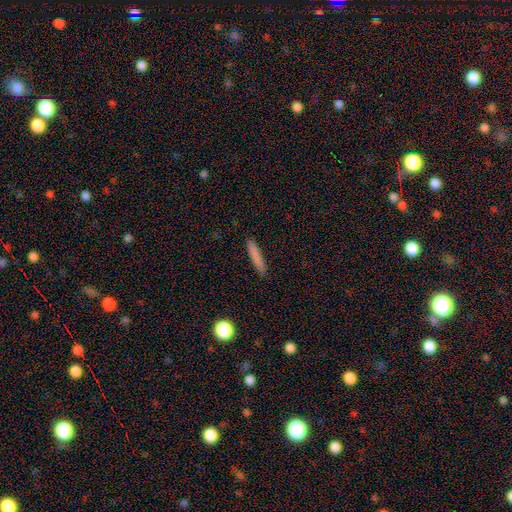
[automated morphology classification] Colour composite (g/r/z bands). It shows a smooth galaxy with no disk features (81%) that is cigar-shaped (93%). Merging: none (89%).